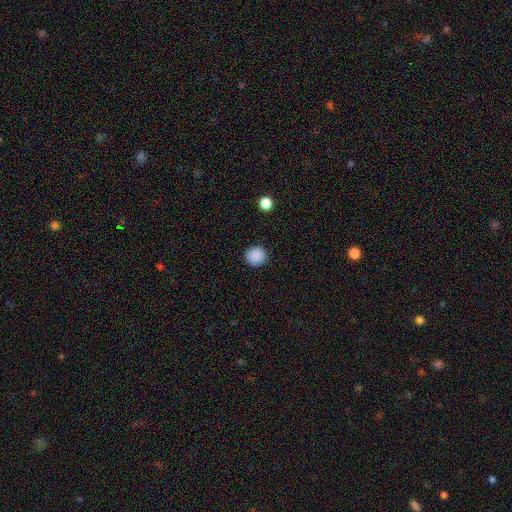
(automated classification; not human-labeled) Overall: smooth (89%). How rounded: round (94%). Merging: none (92%).